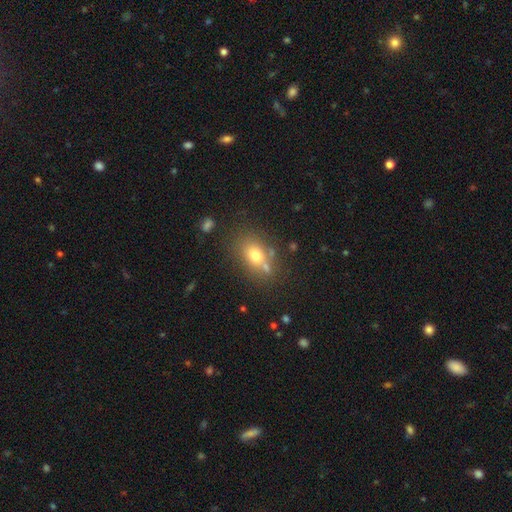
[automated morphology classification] A smooth galaxy with no disk features (69%) that is in between round and cigar-shaped (63%). Merging: none (62%).